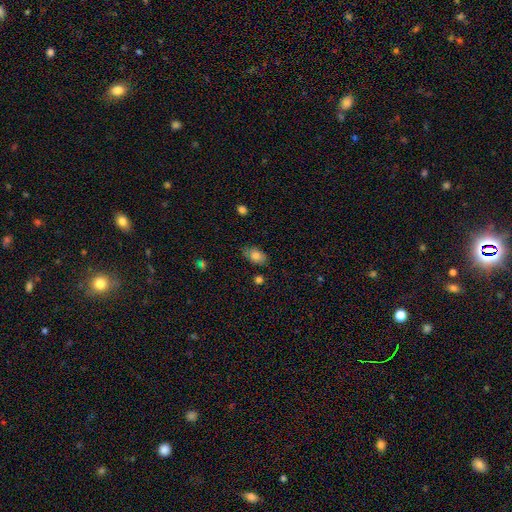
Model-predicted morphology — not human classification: Smooth or featured: smooth — 79% (featured or disk — 12%)
How rounded: in between — 87% (round — 11%)
Merging: none — 74% (minor disturbance — 21%)